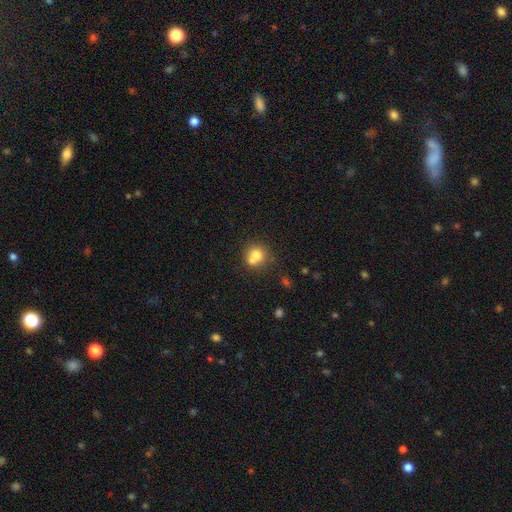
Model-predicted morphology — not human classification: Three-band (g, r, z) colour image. It shows a smooth galaxy with no disk features (74%) that is round (85%). Merging: none (45%).